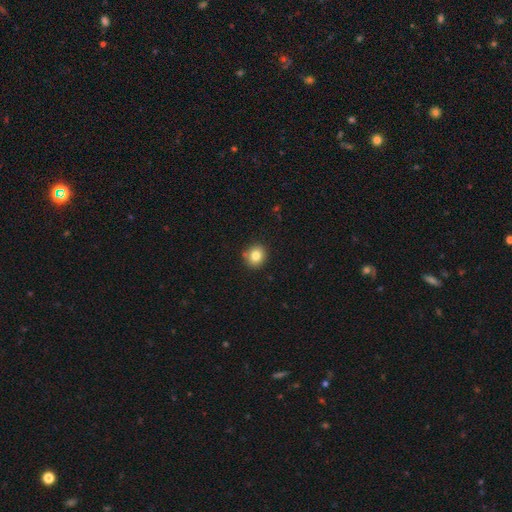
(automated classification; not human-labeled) smooth 81%, star or artifact 11%, featured or disk 8%. Down the decision tree: how rounded — round (82%); merging — none (84%).